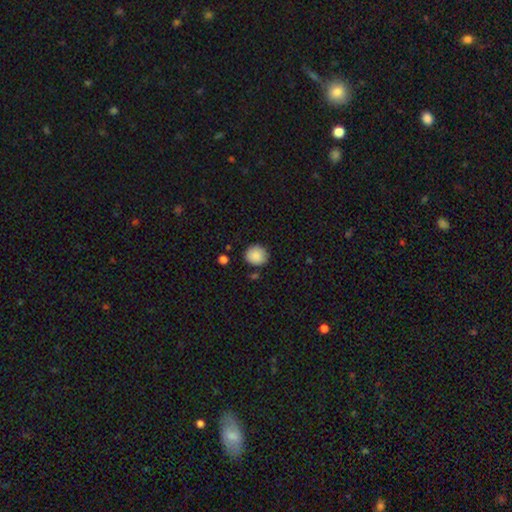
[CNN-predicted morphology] The model was most divided on "merging": none: 83%, minor disturbance: 11%, merger: 3%, major disturbance: 2%. More confident: smooth or featured — smooth (88%); how rounded — round (86%).